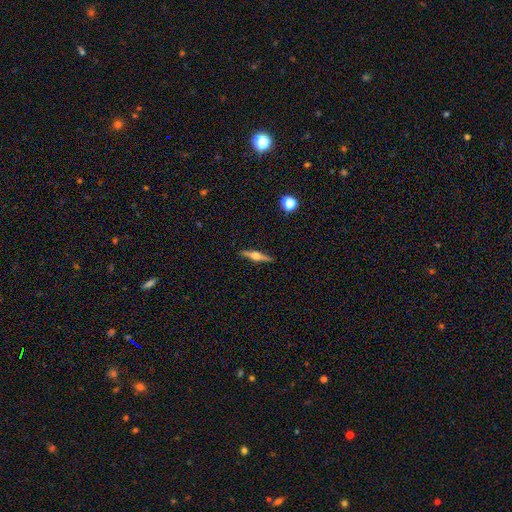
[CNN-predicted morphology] Smooth or featured: featured or disk — 75% (smooth — 19%)
Edge-on disk: yes — 98% (no — 2%)
Edge-on bulge: rounded — 92% (boxy — 6%)
Merging: none — 91% (minor disturbance — 7%)